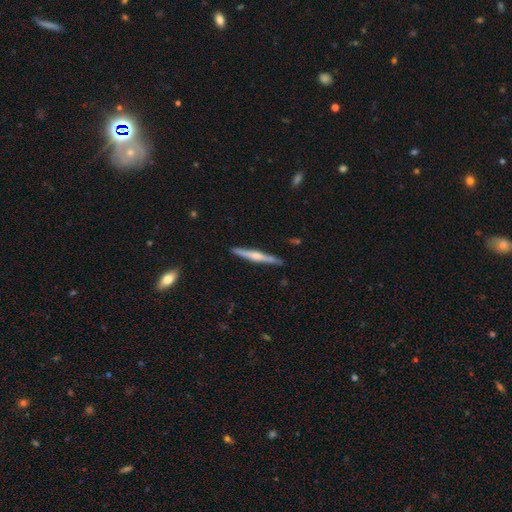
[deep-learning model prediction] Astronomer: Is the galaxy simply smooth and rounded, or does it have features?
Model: featured or disk — 60%.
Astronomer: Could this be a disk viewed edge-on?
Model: yes — 98%.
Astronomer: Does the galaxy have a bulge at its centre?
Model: rounded — 68%.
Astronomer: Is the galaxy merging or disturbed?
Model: none — 89%.